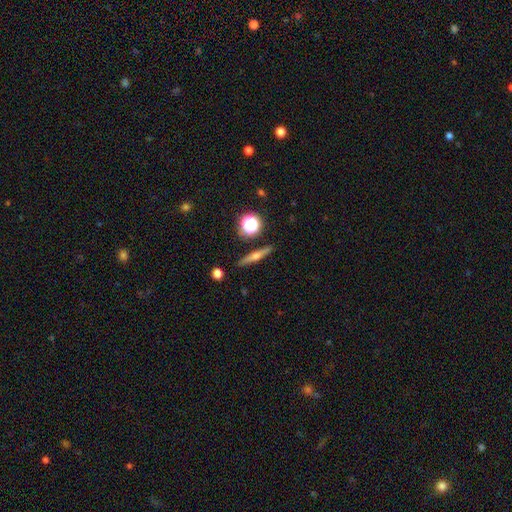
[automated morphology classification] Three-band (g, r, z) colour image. It shows a featured or disk galaxy (56%) viewed edge-on (95%) with a rounded central bulge (87%). Merging: none (89%).